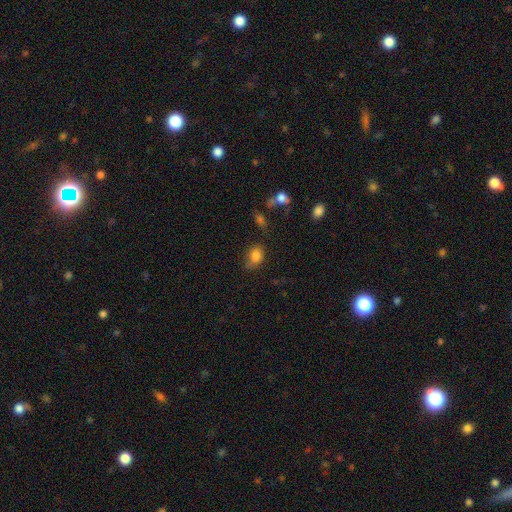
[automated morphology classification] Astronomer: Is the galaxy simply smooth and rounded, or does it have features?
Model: smooth — 82%.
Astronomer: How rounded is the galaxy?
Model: in between — 57% (runner-up: round, 41%).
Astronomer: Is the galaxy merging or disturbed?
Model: none — 48% (runner-up: minor disturbance, 32%).